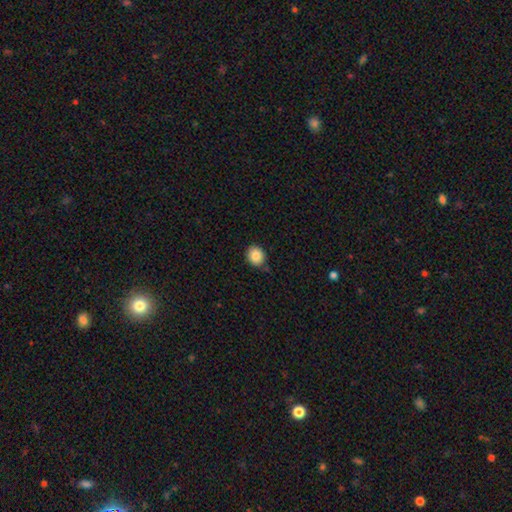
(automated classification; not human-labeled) Smooth or featured?
  - smooth: 86% *
  - star or artifact: 9%
  - featured or disk: 5%
How rounded?
  - round: 76% *
  - in between: 23%
  - cigar-shaped: 1%
Merging?
  - none: 82% *
  - minor disturbance: 13%
  - merger: 3%
  - major disturbance: 2%